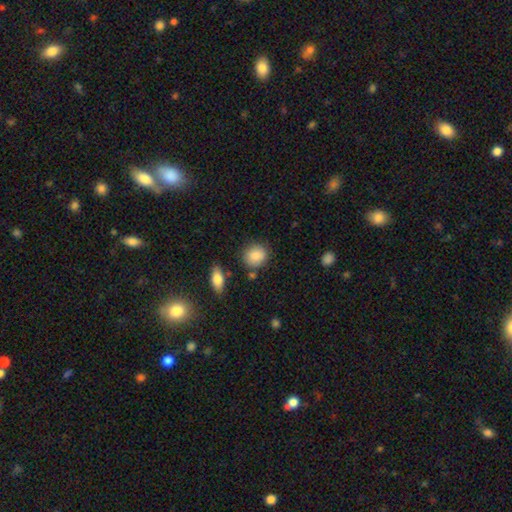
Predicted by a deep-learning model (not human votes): This is clearly a smooth galaxy (87%). How rounded: likely round (78%). Merging: likely none (79%).